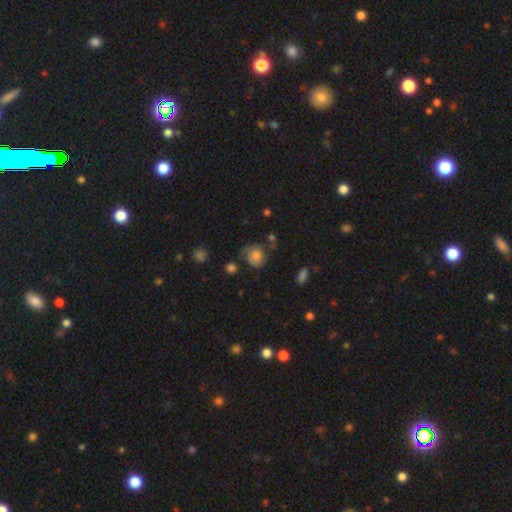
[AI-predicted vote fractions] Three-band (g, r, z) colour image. It shows a smooth galaxy with no disk features (69%) that is round (76%). Merging: none (49%).